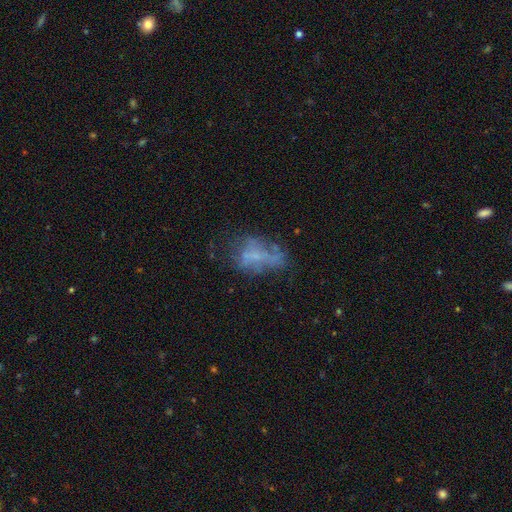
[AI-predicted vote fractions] A featured or disk galaxy (49%). Merging: none (41%).